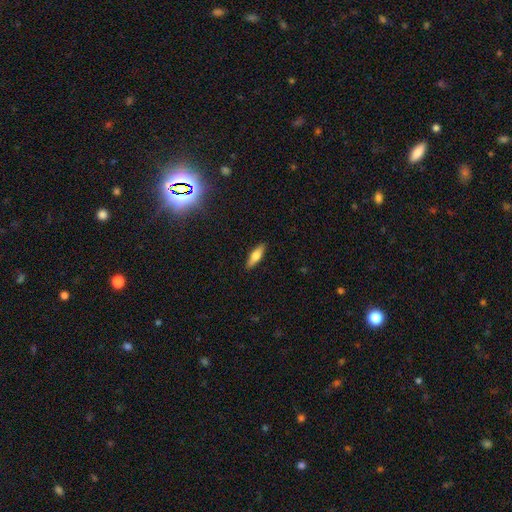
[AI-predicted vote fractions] This appears to be a smooth galaxy with no disk features (60%) that is cigar-shaped (57%). Merging: none (89%).